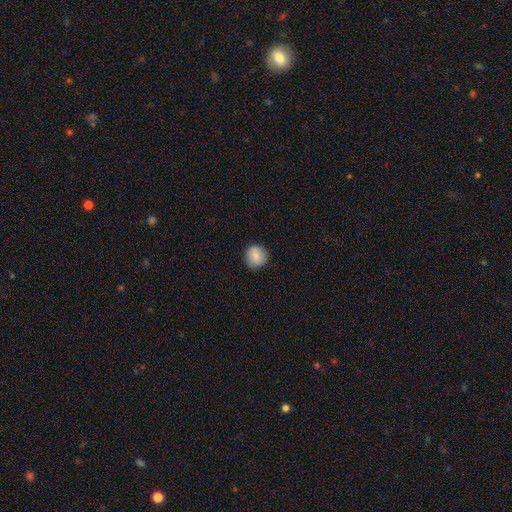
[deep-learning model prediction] smooth 84%, featured or disk 8%, star or artifact 8%. Down the decision tree: how rounded — round (93%); merging — none (89%).